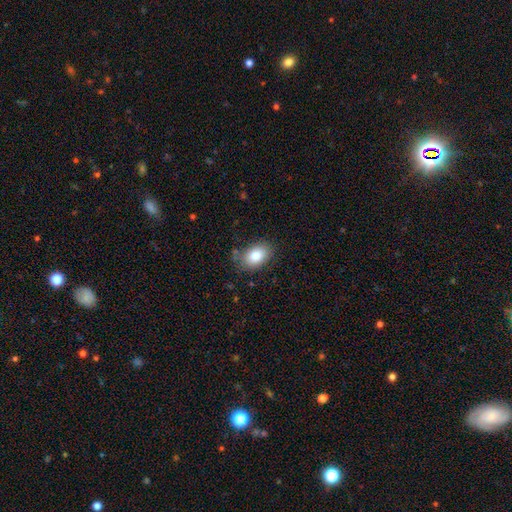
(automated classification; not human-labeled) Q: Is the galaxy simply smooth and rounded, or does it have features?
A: smooth — 82%.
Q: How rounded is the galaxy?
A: in between — 84%.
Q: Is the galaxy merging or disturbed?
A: none — 81%.